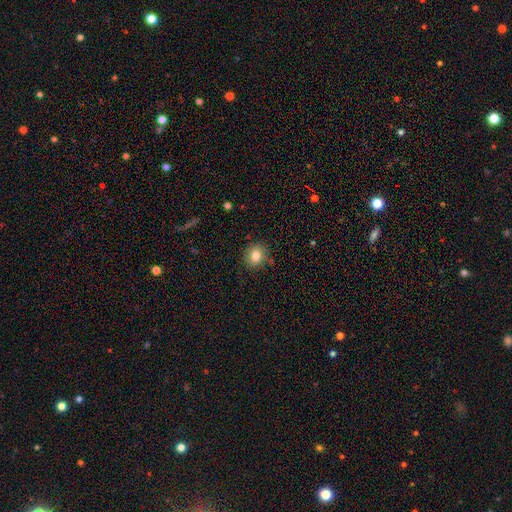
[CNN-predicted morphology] smooth_or_featured: smooth (p=0.81) [alt: star or artifact p=0.11]
how_rounded: round (p=0.77) [alt: in between p=0.23]
merging: none (p=0.85) [alt: minor disturbance p=0.11]